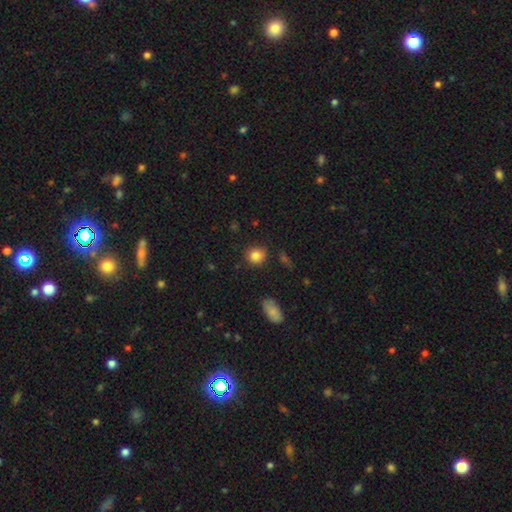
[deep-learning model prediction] smooth 84%, star or artifact 10%, featured or disk 6%. Down the decision tree: how rounded — round (83%); merging — none (81%).